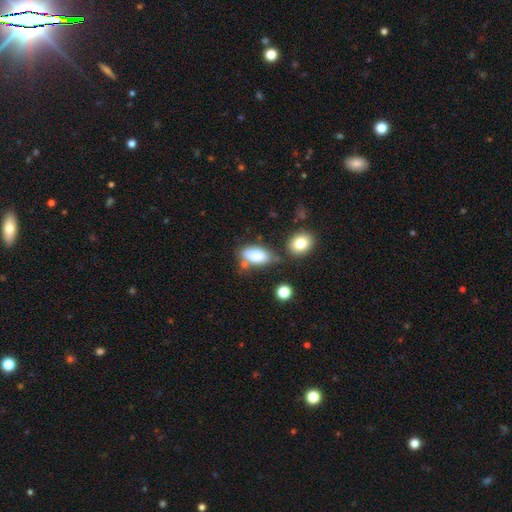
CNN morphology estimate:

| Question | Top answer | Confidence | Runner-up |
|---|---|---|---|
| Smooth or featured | smooth | 81% | featured or disk (11%) |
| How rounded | in between | 89% | cigar-shaped (6%) |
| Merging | none | 50% | minor disturbance (23%) |